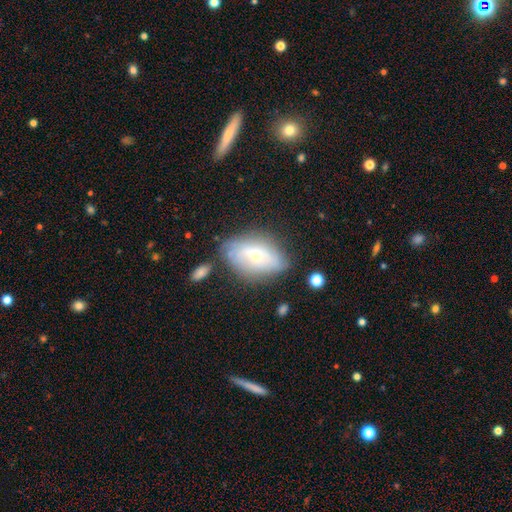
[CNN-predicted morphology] A featured or disk galaxy (47%). Merging: none (61%).